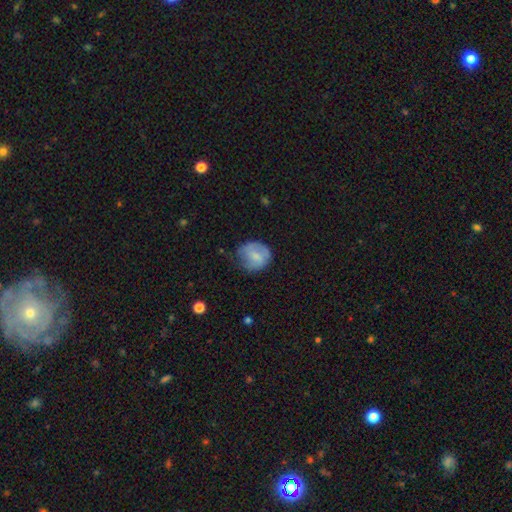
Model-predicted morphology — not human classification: Smooth or featured: smooth — 65% (featured or disk — 29%)
How rounded: round — 76% (in between — 23%)
Merging: none — 57% (minor disturbance — 30%)